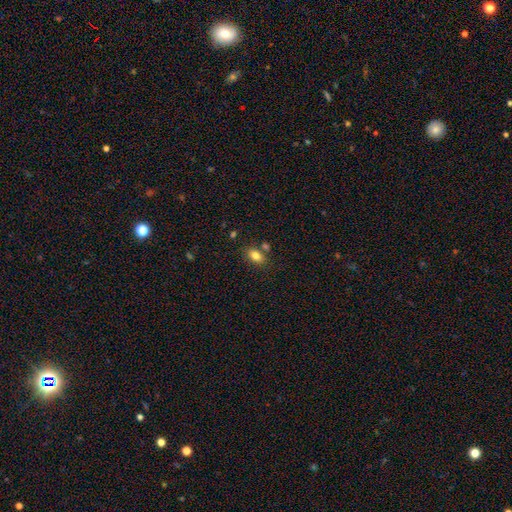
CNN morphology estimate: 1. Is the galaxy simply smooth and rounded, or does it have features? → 81% smooth, 10% star or artifact, 9% featured or disk.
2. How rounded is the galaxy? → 82% in between, 16% round, 2% cigar-shaped.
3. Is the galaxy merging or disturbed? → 71% none, 13% merger, 13% minor disturbance, 3% major disturbance.